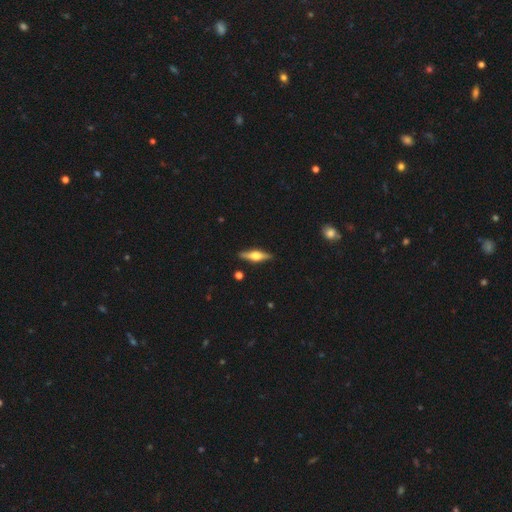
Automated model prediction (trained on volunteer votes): Overall: featured or disk (67%; smooth 27%). Edge-on disk: yes (96%). Edge-on bulge: rounded (93%). Merging: none (90%).